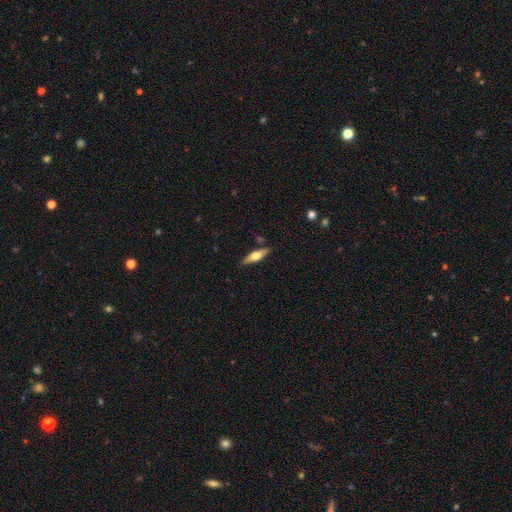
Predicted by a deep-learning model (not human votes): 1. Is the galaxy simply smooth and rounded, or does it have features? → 48% featured or disk, 46% smooth, 6% star or artifact.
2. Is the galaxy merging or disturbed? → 83% none, 11% minor disturbance, 3% merger, 2% major disturbance.